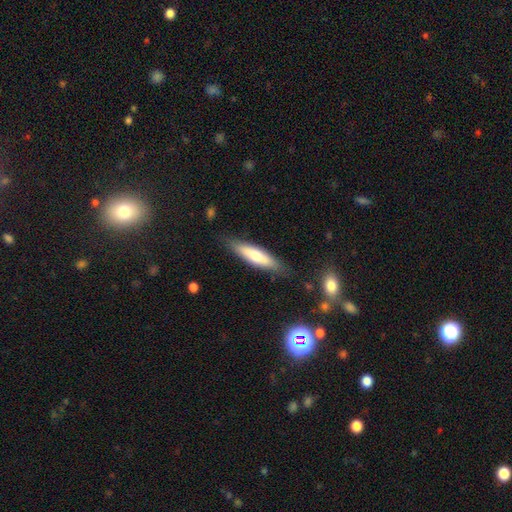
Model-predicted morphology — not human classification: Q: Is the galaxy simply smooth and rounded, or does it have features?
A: smooth — 66%.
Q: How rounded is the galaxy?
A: cigar-shaped — 70%.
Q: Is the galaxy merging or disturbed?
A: none — 82%.